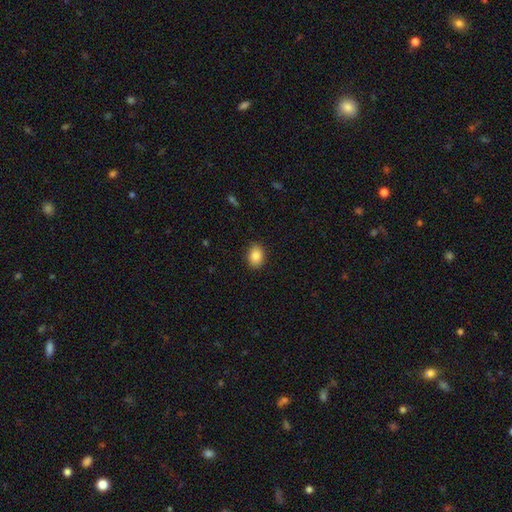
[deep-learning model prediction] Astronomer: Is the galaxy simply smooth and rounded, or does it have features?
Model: smooth — 87%.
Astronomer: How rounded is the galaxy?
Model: in between — 67%.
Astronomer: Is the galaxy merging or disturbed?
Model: none — 87%.